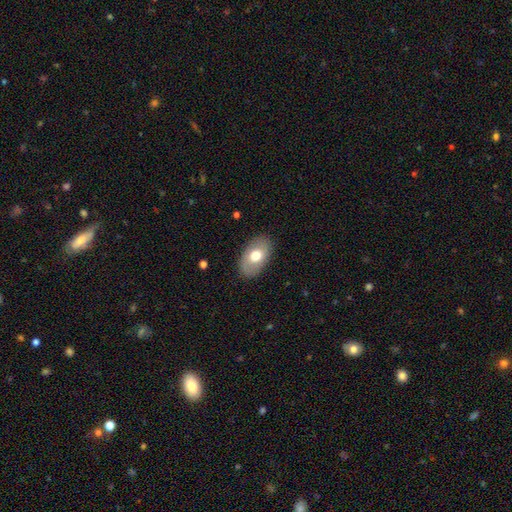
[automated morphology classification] Smooth or featured: smooth — 67% (featured or disk — 27%)
How rounded: in between — 91% (round — 8%)
Merging: none — 85% (minor disturbance — 11%)